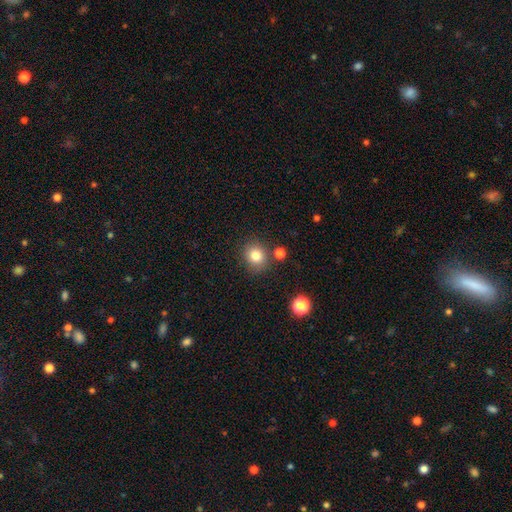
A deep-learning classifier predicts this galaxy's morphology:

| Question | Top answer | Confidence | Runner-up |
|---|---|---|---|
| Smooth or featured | smooth | 82% | star or artifact (11%) |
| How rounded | round | 76% | in between (23%) |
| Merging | none | 79% | minor disturbance (11%) |